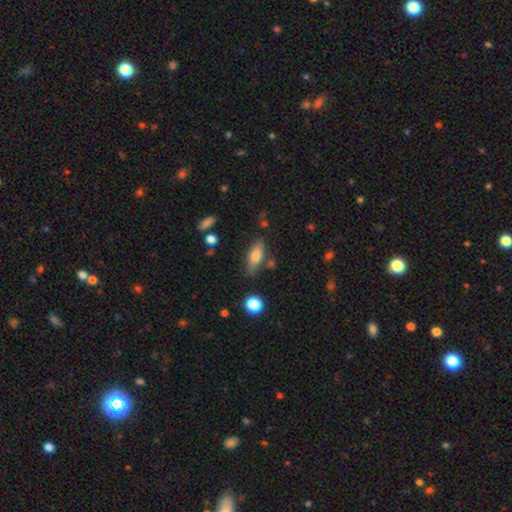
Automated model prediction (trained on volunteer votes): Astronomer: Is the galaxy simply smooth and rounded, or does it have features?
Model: smooth — 69%.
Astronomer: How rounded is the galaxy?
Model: in between — 63%.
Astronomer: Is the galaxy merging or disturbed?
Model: none — 75%.